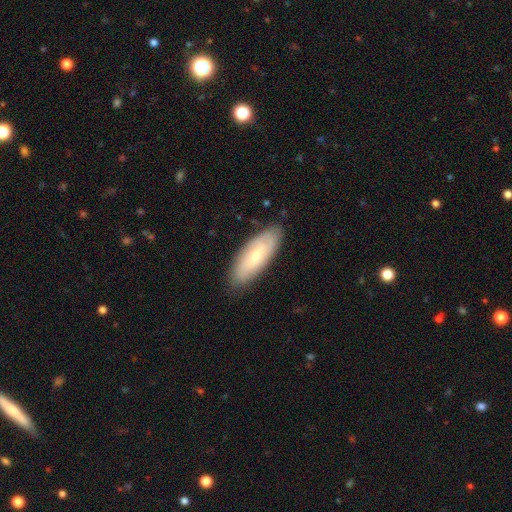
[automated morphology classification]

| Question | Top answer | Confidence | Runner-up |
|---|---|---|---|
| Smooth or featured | smooth | 56% | featured or disk (38%) |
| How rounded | in between | 70% | cigar-shaped (29%) |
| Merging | none | 84% | minor disturbance (13%) |